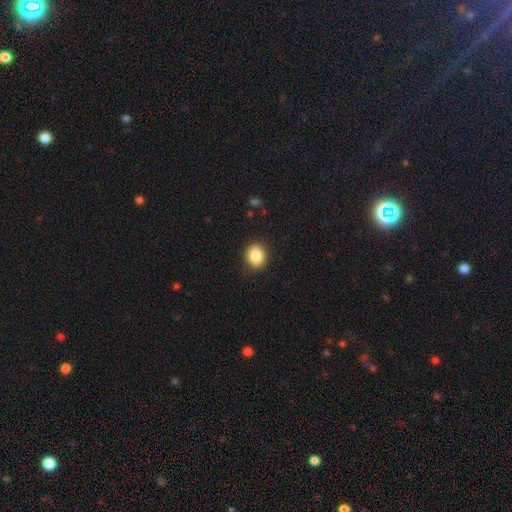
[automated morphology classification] This is clearly a smooth galaxy (88%). How rounded: possibly round (55%). Merging: clearly none (89%).